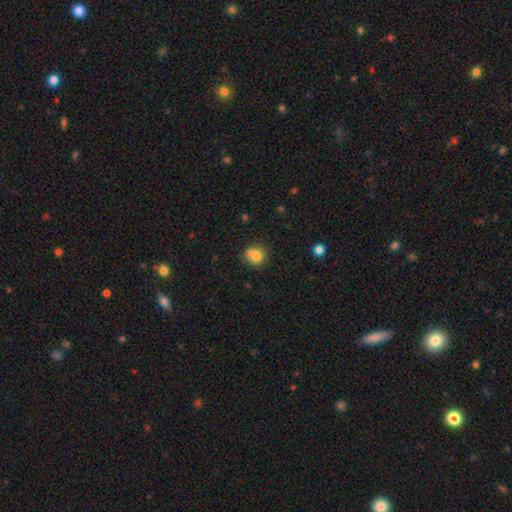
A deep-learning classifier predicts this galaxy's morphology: This appears to be a smooth galaxy with no disk features (76%) that is round (89%). Merging: none (61%).